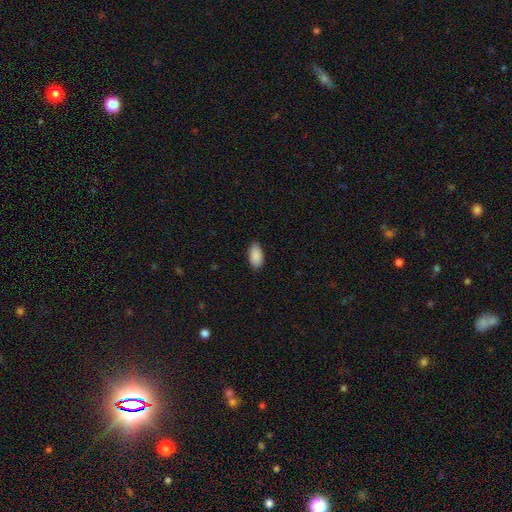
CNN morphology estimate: smooth_or_featured: smooth (p=0.90) [alt: star or artifact p=0.06]
how_rounded: in between (p=0.94) [alt: cigar-shaped p=0.04]
merging: none (p=0.85) [alt: minor disturbance p=0.12]